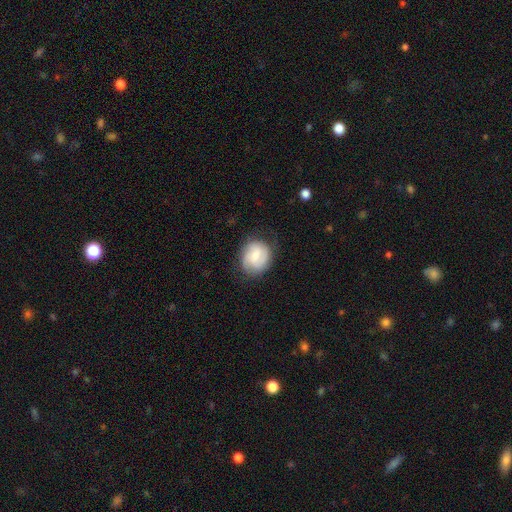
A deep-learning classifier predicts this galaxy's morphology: A smooth galaxy with no disk features (50%) that is round (70%).

Vote fractions:
- Smooth or featured? smooth: 50% / featured or disk: 43% / star or artifact: 7%
- How rounded? round: 70% / in between: 29% / cigar-shaped: 1%
- Merging? none: 74% / minor disturbance: 19% / major disturbance: 6% / merger: 1%